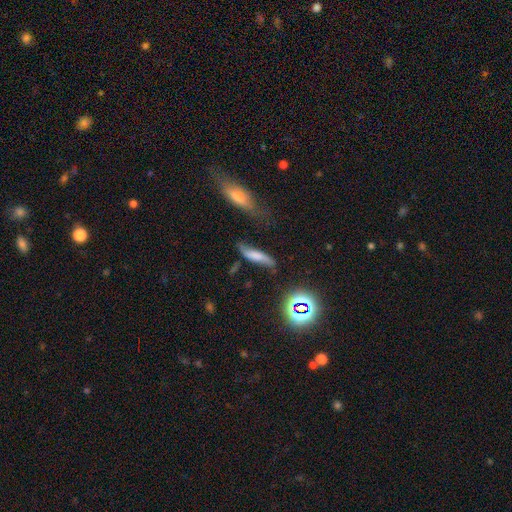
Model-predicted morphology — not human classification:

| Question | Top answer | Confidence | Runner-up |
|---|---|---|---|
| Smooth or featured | smooth | 51% | featured or disk (37%) |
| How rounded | cigar-shaped | 65% | in between (32%) |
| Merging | none | 54% | minor disturbance (28%) |